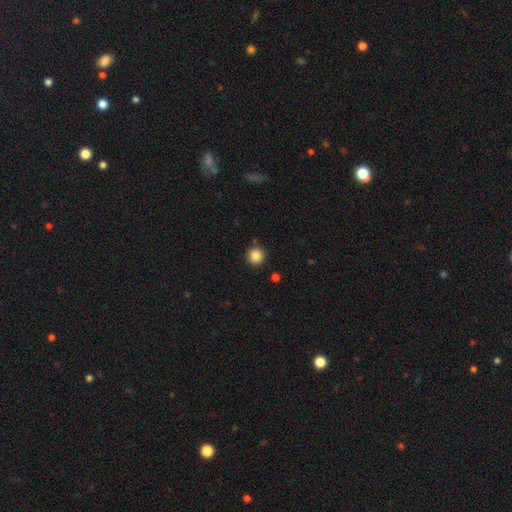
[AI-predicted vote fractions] Smooth or featured: smooth — 86% (star or artifact — 10%)
How rounded: round — 95% (in between — 4%)
Merging: none — 90% (minor disturbance — 6%)